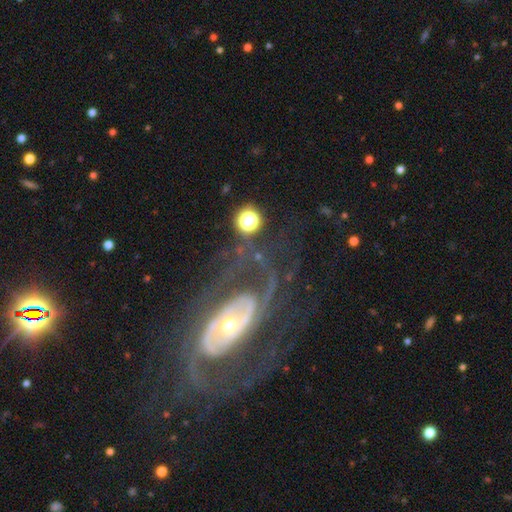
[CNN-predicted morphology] Q: Smooth or featured?
A: featured or disk (77%); runner-up: smooth (14%)
Q: Edge-on disk?
A: no (93%); runner-up: yes (7%)
Q: Bar?
A: no (64%); runner-up: weak (20%)
Q: Spiral arms?
A: yes (80%); runner-up: no (20%)
Q: Spiral winding?
A: tight (42%); runner-up: medium (37%)
Q: Spiral arm count?
A: 2 (54%); runner-up: can't tell (21%)
Q: Bulge size?
A: moderate (48%); runner-up: small (44%)
Q: Merging?
A: none (60%); runner-up: major disturbance (21%)